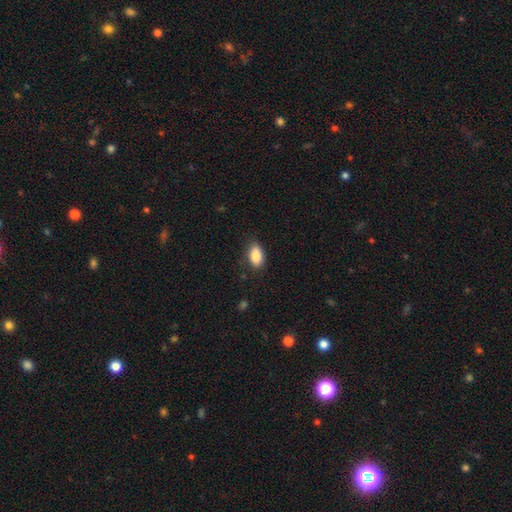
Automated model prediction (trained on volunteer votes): Smooth or featured: smooth — 88% (star or artifact — 7%)
How rounded: in between — 91% (round — 6%)
Merging: none — 81% (minor disturbance — 15%)